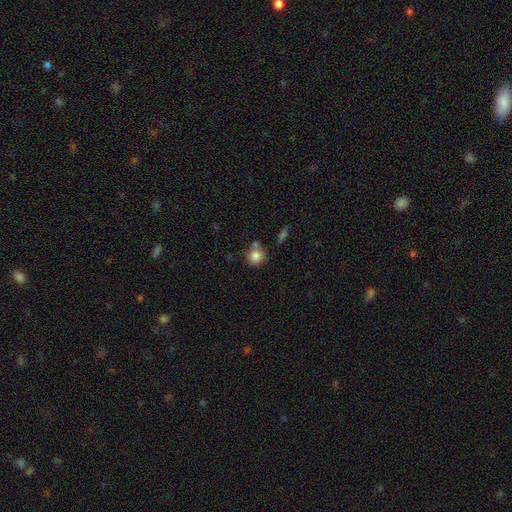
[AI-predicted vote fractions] Smooth or featured? smooth (82%)
How rounded? round (89%)
Merging? none (67%)